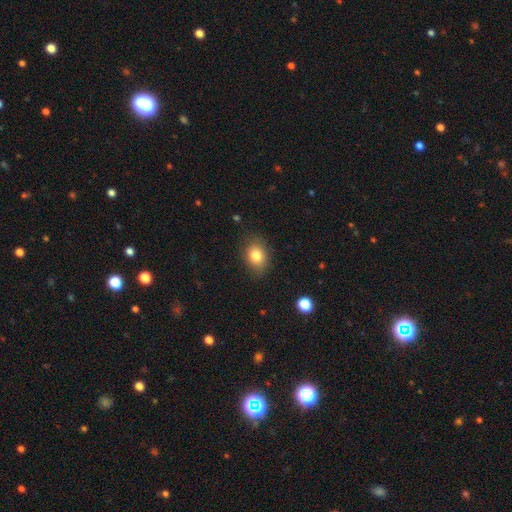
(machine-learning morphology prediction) Smooth or featured: smooth — 80% (star or artifact — 10%)
How rounded: in between — 65% (round — 34%)
Merging: none — 82% (minor disturbance — 13%)